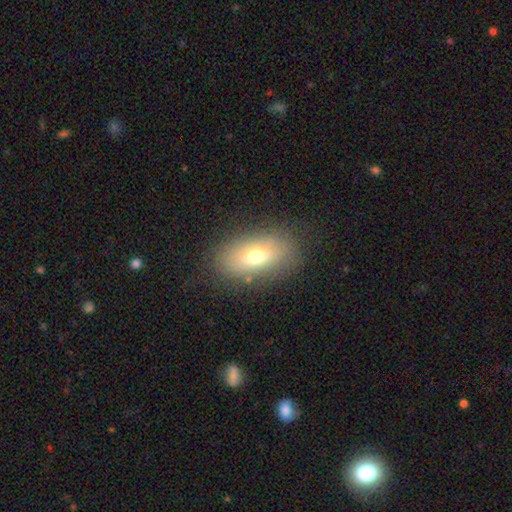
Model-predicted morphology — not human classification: Smooth or featured? smooth (66%)
How rounded? in between (86%)
Merging? none (80%)